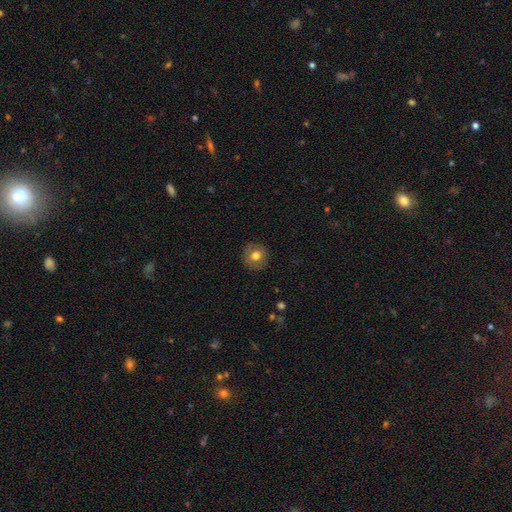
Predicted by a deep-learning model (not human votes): Q: Smooth or featured?
A: smooth (73%); runner-up: featured or disk (17%)
Q: How rounded?
A: round (92%); runner-up: in between (7%)
Q: Merging?
A: none (87%); runner-up: minor disturbance (9%)